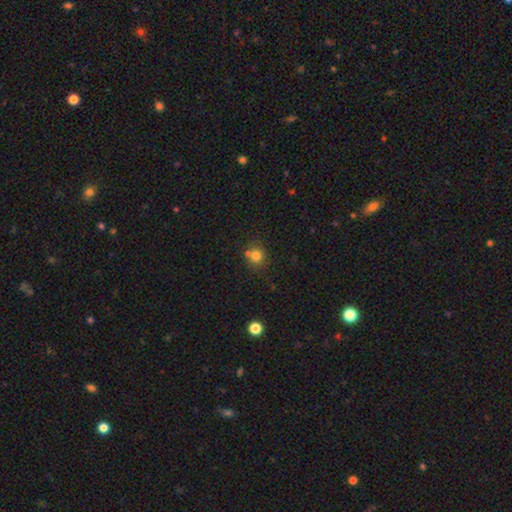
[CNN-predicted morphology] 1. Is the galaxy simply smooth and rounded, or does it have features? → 79% smooth, 14% star or artifact, 8% featured or disk.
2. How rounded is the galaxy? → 87% round, 13% in between, 1% cigar-shaped.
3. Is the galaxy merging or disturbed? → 68% none, 18% merger, 11% minor disturbance, 3% major disturbance.